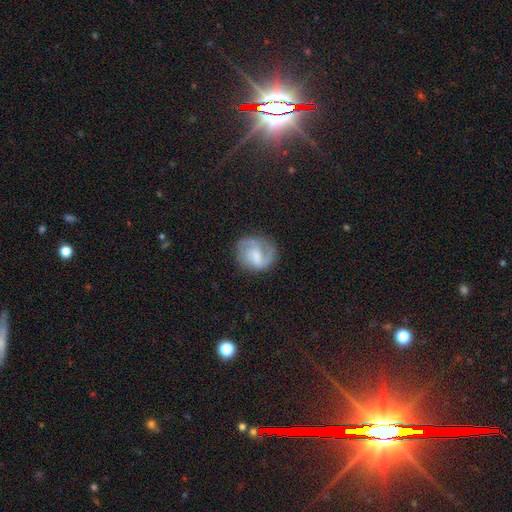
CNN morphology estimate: Overall: featured or disk (60%; smooth 33%). Edge-on disk: no (98%). Bar: weak (51%; no 31%). Spiral arms: yes (85%). Spiral arm count: 2 (55%; 1 17%). Spiral winding: medium (44%; tight 29%). Bulge size: moderate (32%; none 28%). Merging: none (65%).